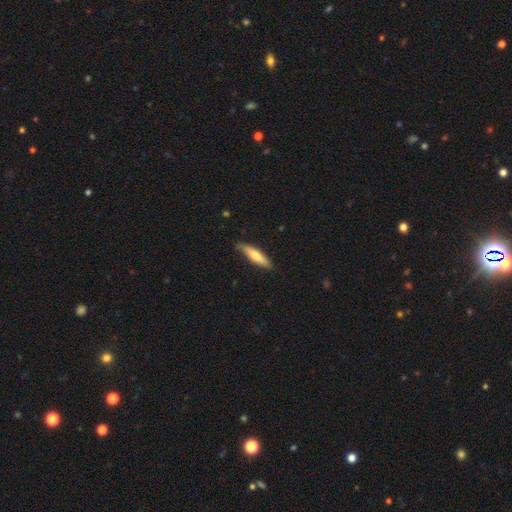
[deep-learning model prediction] Morphology: type=smooth (68%); roundness=cigar-shaped (77%); merging=none (78%).